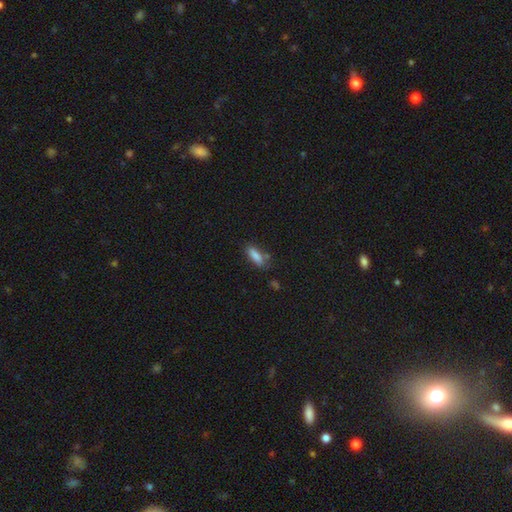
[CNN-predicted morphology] Smooth or featured?
  - smooth: 84% *
  - featured or disk: 8%
  - star or artifact: 8%
How rounded?
  - in between: 58% *
  - cigar-shaped: 40%
  - round: 2%
Merging?
  - none: 72% *
  - minor disturbance: 18%
  - merger: 6%
  - major disturbance: 4%